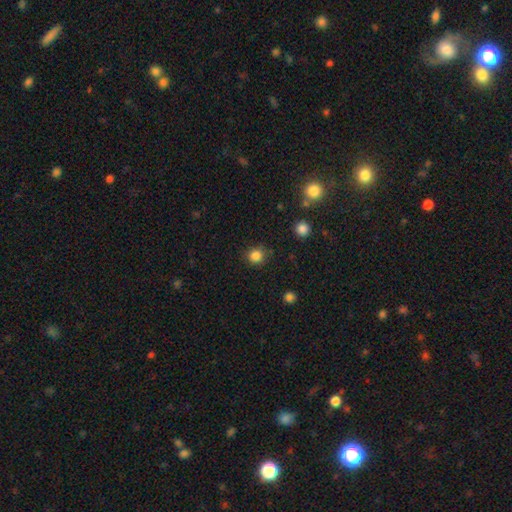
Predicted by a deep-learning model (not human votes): Morphology: type=smooth (84%); roundness=round (90%); merging=none (84%).